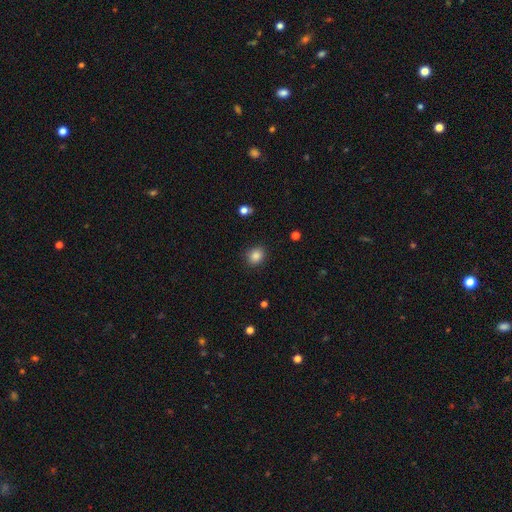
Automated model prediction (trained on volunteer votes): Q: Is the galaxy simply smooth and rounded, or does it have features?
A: smooth — 85%.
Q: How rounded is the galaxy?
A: round — 64%.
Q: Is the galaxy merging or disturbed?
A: none — 87%.